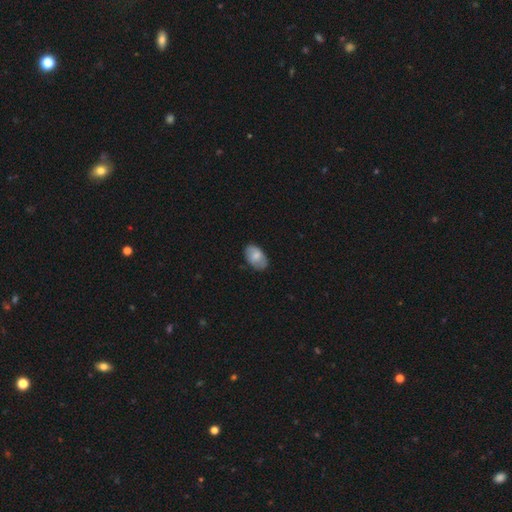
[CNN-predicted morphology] Smooth or featured? smooth (70%)
How rounded? in between (90%)
Merging? none (78%)